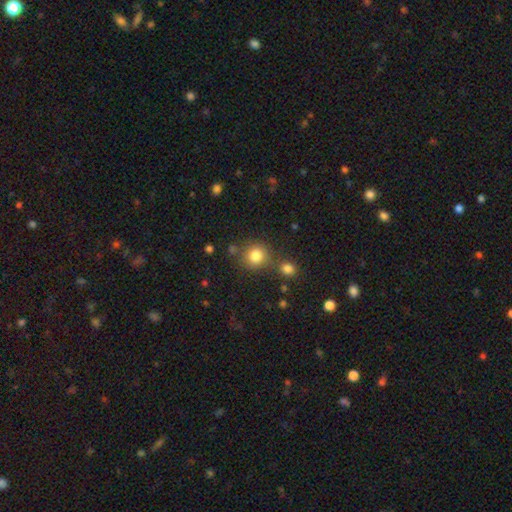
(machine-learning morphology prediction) This appears to be a smooth galaxy with no disk features (81%) that is round (89%). Merging: none (71%).